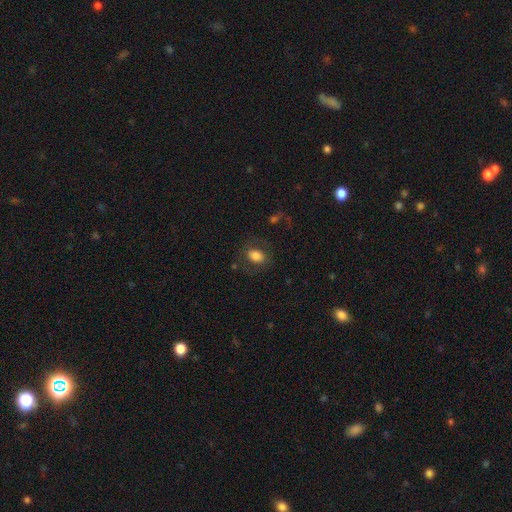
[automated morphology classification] type=smooth (75%); roundness=in between (75%); merging=none (72%).